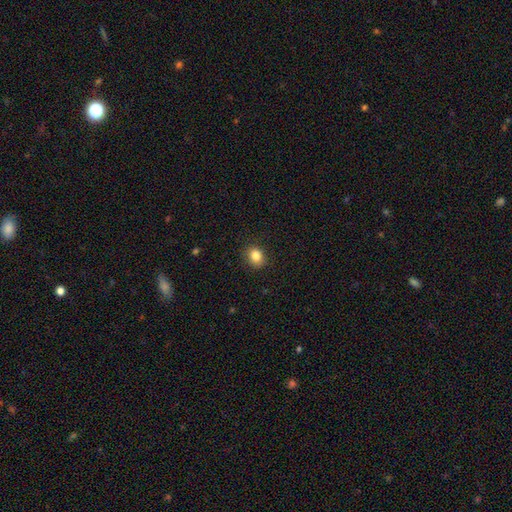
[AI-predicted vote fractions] This appears to be a smooth galaxy with no disk features (85%) that is round (61%). Merging: none (86%).